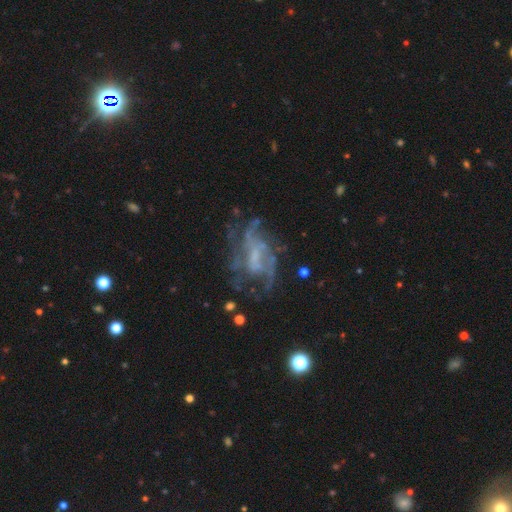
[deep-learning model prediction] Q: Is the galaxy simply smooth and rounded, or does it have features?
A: featured or disk — 77%.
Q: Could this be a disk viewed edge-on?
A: no — 96%.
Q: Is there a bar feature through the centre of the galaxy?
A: no — 49%.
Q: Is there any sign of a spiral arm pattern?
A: yes — 73%.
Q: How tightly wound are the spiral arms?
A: medium — 41%.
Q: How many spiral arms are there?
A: can't tell — 47%.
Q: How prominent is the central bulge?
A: none — 39%.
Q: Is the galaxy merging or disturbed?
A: none — 52%.